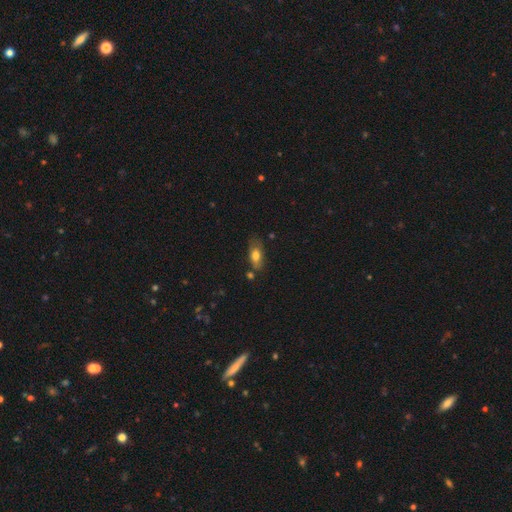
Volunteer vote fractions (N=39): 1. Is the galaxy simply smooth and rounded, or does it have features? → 77% smooth, 18% featured or disk, 5% star or artifact.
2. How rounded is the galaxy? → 93% in between, 3% round, 3% cigar-shaped.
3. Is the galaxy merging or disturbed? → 51% none, 24% minor disturbance, 16% merger, 8% major disturbance.